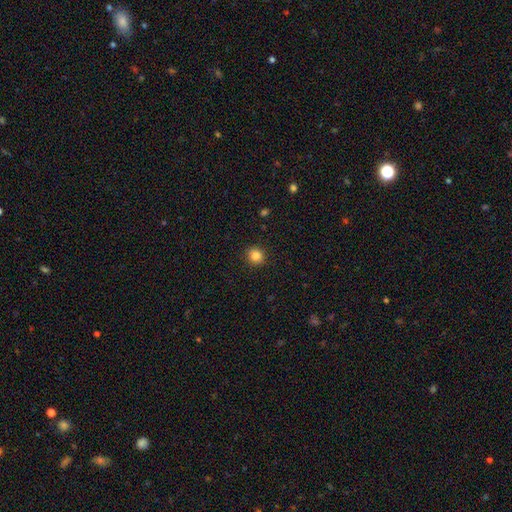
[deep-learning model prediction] This is clearly a smooth galaxy (84%). How rounded: clearly round (87%). Merging: clearly none (91%).